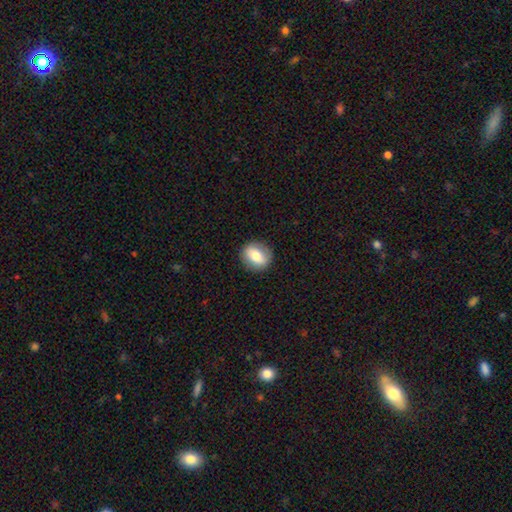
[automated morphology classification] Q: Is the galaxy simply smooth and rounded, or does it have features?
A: smooth — 64%.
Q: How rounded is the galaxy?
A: round — 68%.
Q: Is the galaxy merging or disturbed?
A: none — 87%.